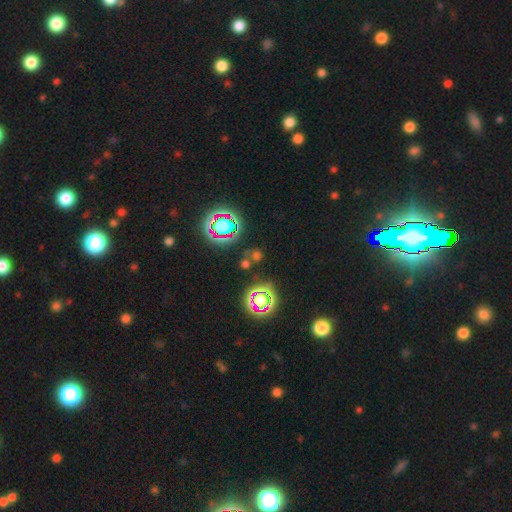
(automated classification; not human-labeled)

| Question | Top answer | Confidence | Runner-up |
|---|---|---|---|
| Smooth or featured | star or artifact | 65% | smooth (24%) |